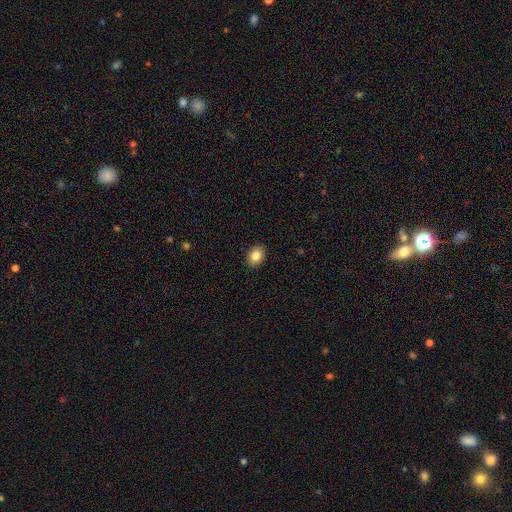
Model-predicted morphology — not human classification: This is clearly a smooth galaxy (84%). How rounded: likely in between (70%). Merging: clearly none (90%).